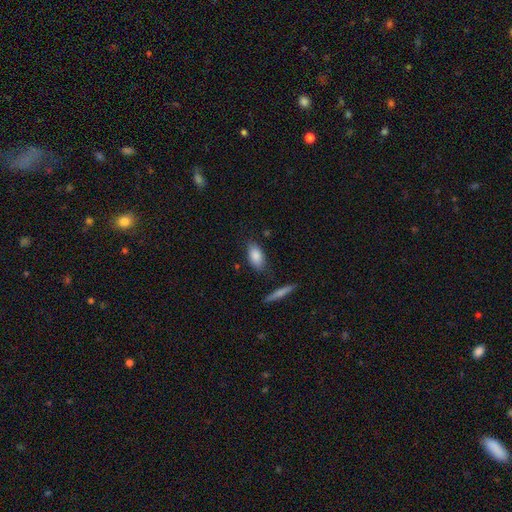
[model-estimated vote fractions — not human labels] smooth_or_featured: smooth (p=0.85) [alt: featured or disk p=0.09]
how_rounded: in between (p=0.88) [alt: cigar-shaped p=0.08]
merging: none (p=0.78) [alt: minor disturbance p=0.15]